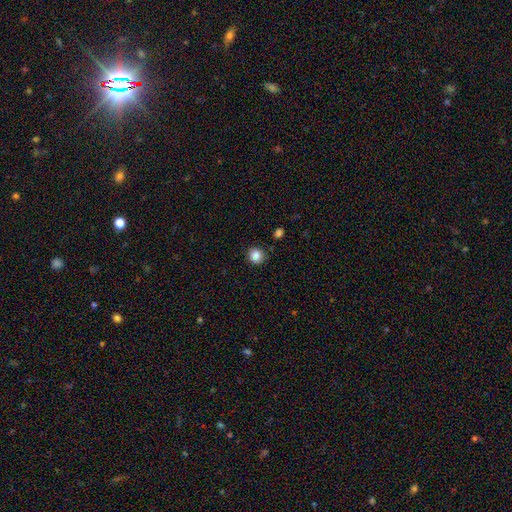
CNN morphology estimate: type=smooth (84%); roundness=round (85%); merging=none (82%).